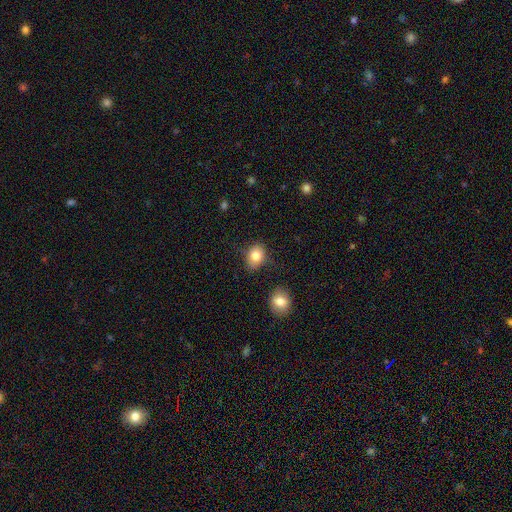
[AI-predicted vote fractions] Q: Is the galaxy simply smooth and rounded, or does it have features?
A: smooth — 82%.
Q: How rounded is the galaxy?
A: in between — 57%.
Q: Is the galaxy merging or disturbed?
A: none — 73%.